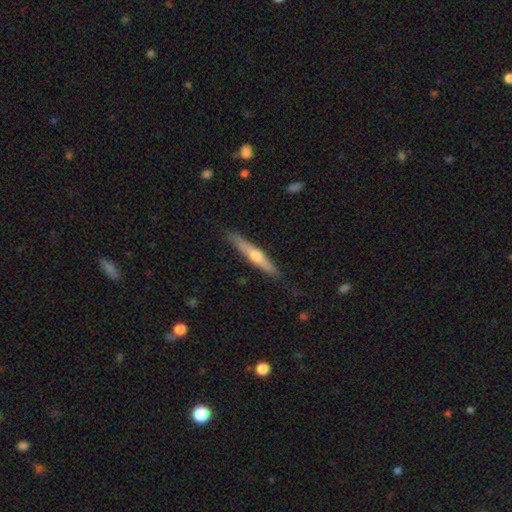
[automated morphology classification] Smooth or featured? Predicted: featured or disk (p=0.58). Edge-on disk? Predicted: yes (p=0.96). Edge-on bulge? Predicted: rounded (p=0.87). Merging? Predicted: none (p=0.86).